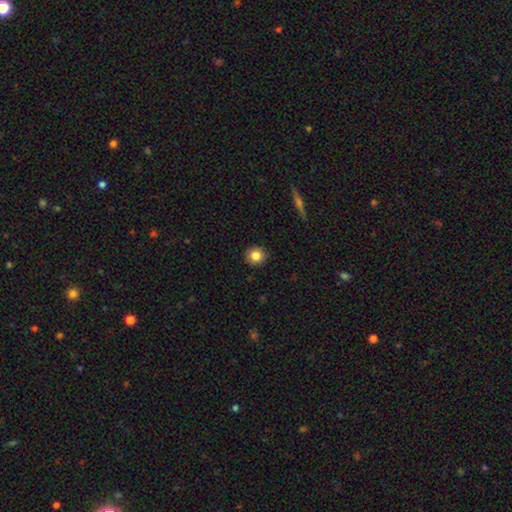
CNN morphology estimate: smooth-or-featured: smooth: 84% | star or artifact: 10% | featured or disk: 6%
  how-rounded: round: 91% | in between: 8% | cigar-shaped: 1%
  merging: none: 92% | minor disturbance: 6% | major disturbance: 2% | merger: 1%